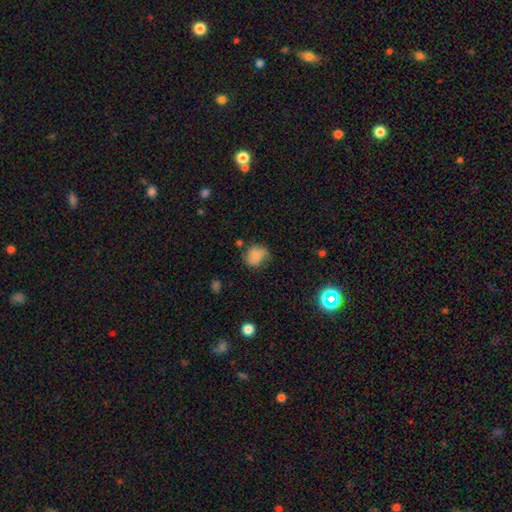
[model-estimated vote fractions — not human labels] Q: Smooth or featured?
A: smooth (72%); runner-up: featured or disk (17%)
Q: How rounded?
A: round (61%); runner-up: in between (38%)
Q: Merging?
A: none (52%); runner-up: minor disturbance (31%)